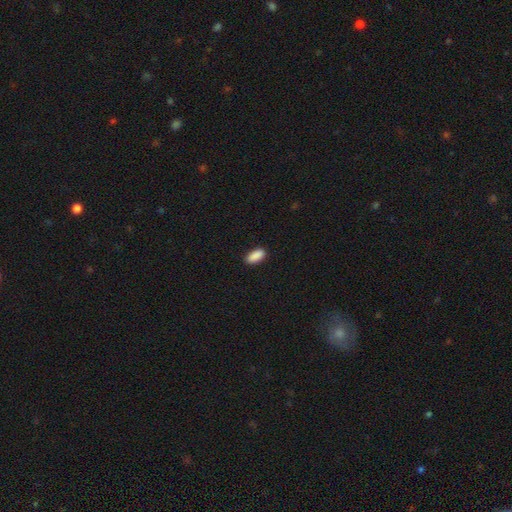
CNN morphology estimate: Smooth or featured?
  - smooth: 90% *
  - star or artifact: 7%
  - featured or disk: 3%
How rounded?
  - in between: 89% *
  - cigar-shaped: 9%
  - round: 2%
Merging?
  - none: 88% *
  - minor disturbance: 9%
  - major disturbance: 2%
  - merger: 1%